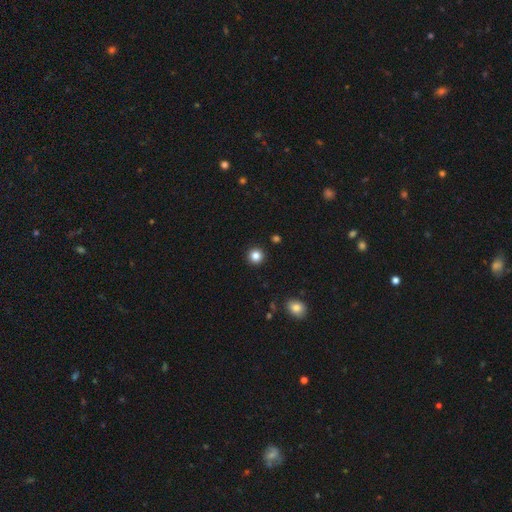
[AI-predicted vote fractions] Morphology: type=smooth (84%); roundness=round (95%); merging=none (93%).